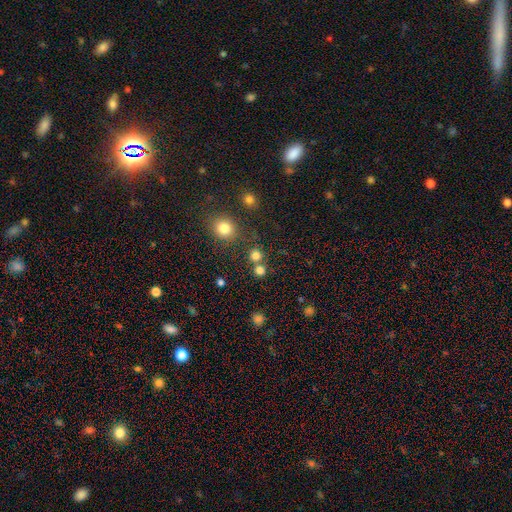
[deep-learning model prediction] Morphology: type=smooth (77%); roundness=round (90%); merging=none (66%).